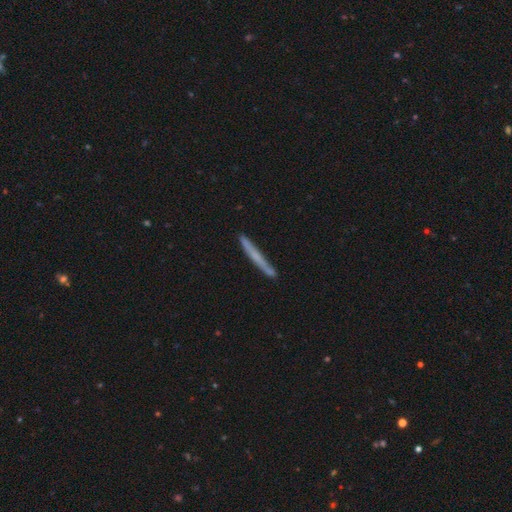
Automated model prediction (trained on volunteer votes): The model was most divided on "smooth or featured": smooth: 53%, featured or disk: 40%, star or artifact: 7%. More confident: how rounded — cigar-shaped (97%); merging — none (84%).